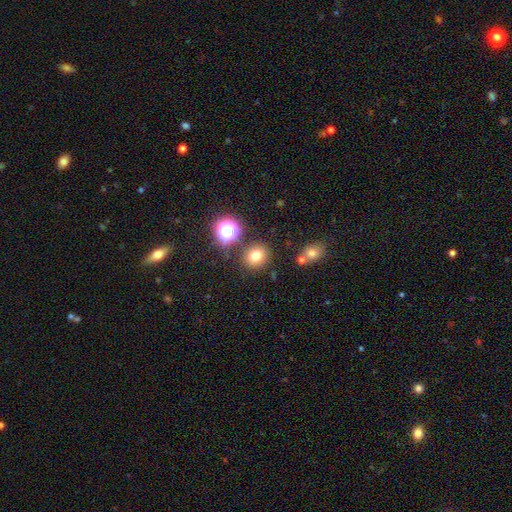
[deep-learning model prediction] Smooth or featured?
  - smooth: 74% *
  - star or artifact: 17%
  - featured or disk: 8%
How rounded?
  - round: 77% *
  - in between: 22%
  - cigar-shaped: 1%
Merging?
  - none: 82% *
  - minor disturbance: 9%
  - merger: 6%
  - major disturbance: 3%